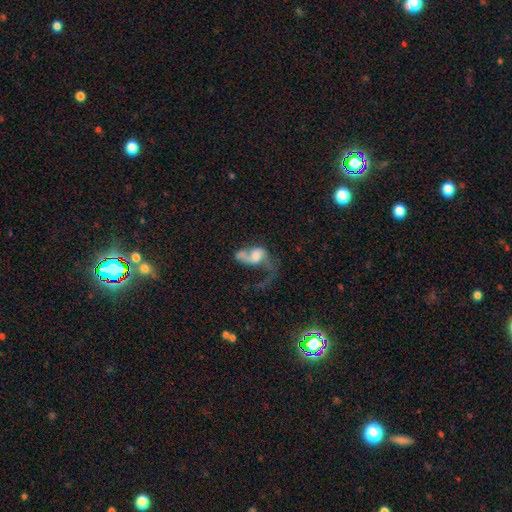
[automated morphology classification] Smooth or featured: featured or disk — 56% (smooth — 35%)
Edge-on disk: no — 96% (yes — 4%)
Bar: no — 70% (weak — 24%)
Spiral arms: yes — 65% (no — 35%)
Bulge size: moderate — 31% (large — 26%)
Merging: major disturbance — 47% (merger — 26%)